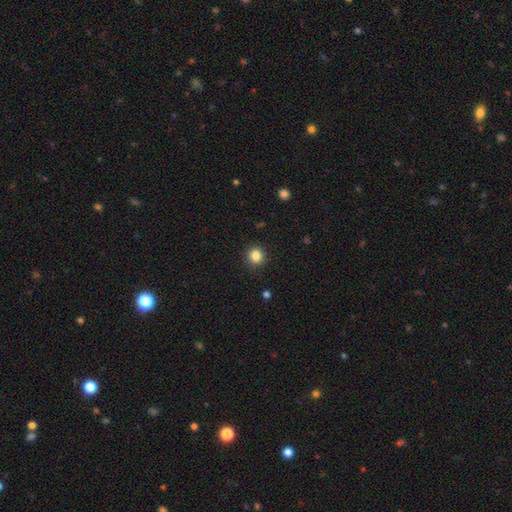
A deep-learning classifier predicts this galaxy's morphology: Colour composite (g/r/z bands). It shows a smooth galaxy with no disk features (85%) that is round (85%). Merging: none (89%).